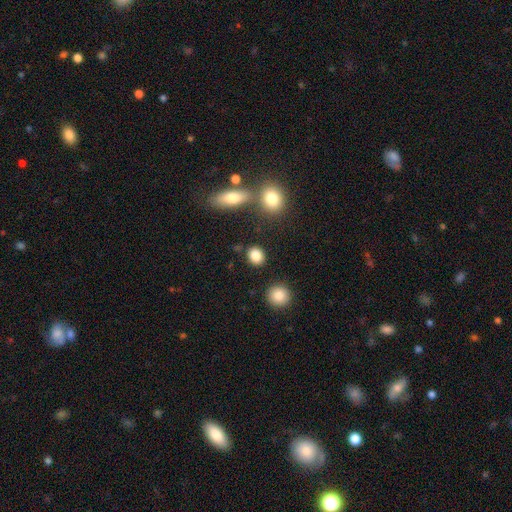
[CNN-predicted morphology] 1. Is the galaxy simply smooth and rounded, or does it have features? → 86% smooth, 9% star or artifact, 5% featured or disk.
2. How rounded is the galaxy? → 66% round, 32% in between, 2% cigar-shaped.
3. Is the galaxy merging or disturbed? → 84% none, 8% minor disturbance, 5% merger, 3% major disturbance.